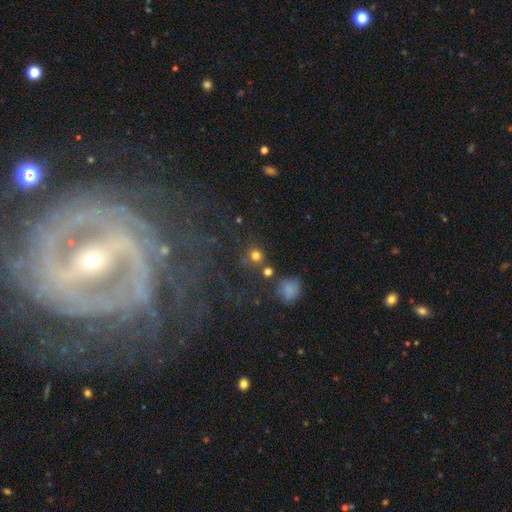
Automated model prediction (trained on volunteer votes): A smooth galaxy with no disk features (74%) that is round (92%).

Vote fractions:
- Smooth or featured? smooth: 74% / star or artifact: 18% / featured or disk: 8%
- How rounded? round: 92% / in between: 7% / cigar-shaped: 1%
- Merging? none: 77% / merger: 10% / minor disturbance: 9% / major disturbance: 5%